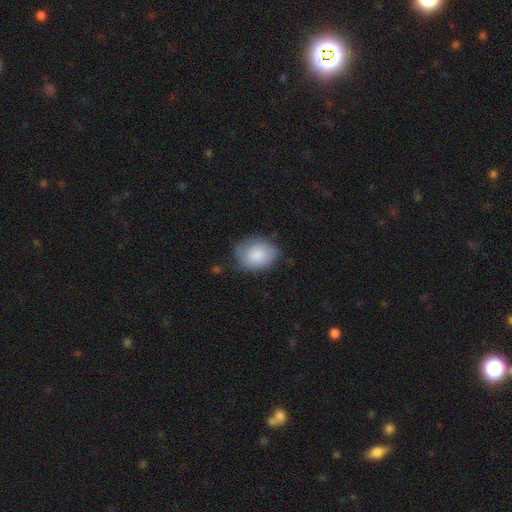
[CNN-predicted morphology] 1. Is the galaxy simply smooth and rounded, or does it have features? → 72% smooth, 21% featured or disk, 7% star or artifact.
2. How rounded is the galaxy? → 57% in between, 42% round, 1% cigar-shaped.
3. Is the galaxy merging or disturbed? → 64% none, 28% minor disturbance, 7% major disturbance, 2% merger.